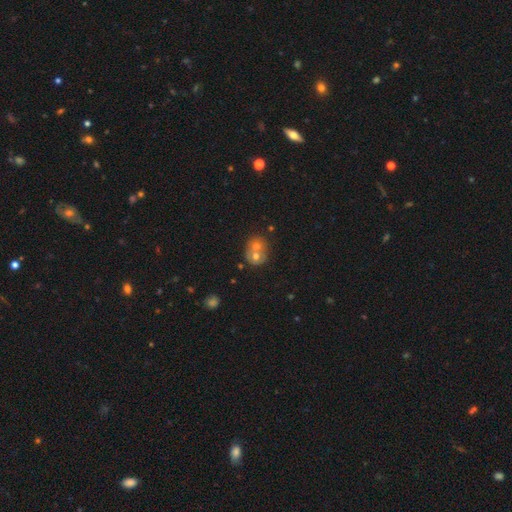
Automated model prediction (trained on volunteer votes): Smooth or featured? Predicted: smooth (p=0.60). How rounded? Predicted: round (p=0.69). Merging? Predicted: merger (p=0.67).